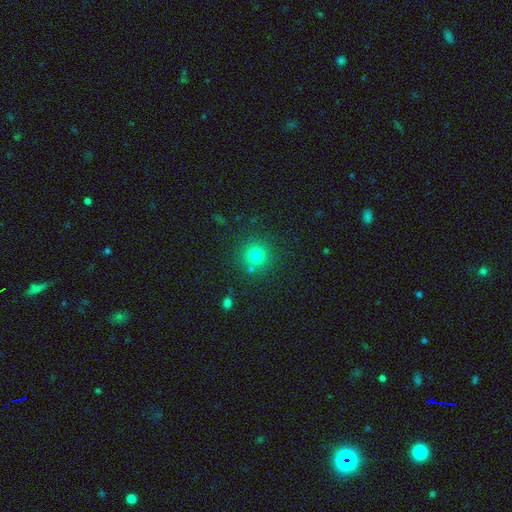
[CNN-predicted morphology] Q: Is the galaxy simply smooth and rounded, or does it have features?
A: smooth — 77%.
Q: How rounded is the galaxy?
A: round — 94%.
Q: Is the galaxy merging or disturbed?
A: none — 82%.